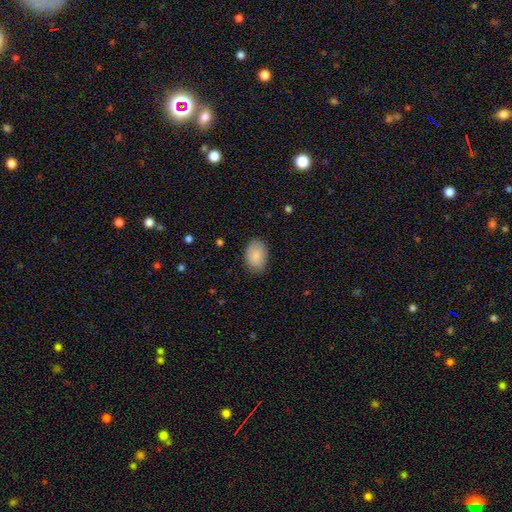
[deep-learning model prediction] Smooth or featured: smooth — 88% (star or artifact — 6%)
How rounded: in between — 82% (round — 17%)
Merging: none — 83% (minor disturbance — 13%)